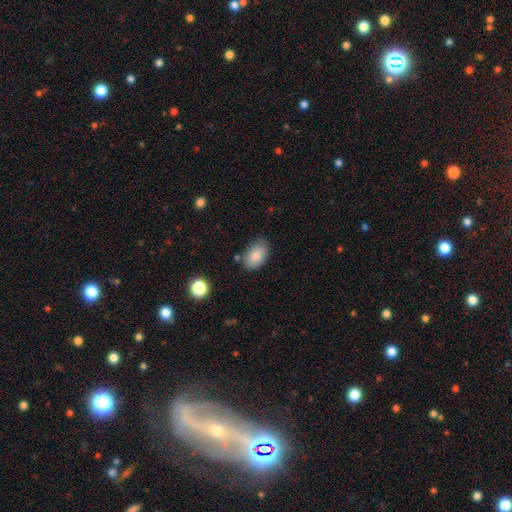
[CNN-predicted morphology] smooth-or-featured: smooth: 87% | star or artifact: 8% | featured or disk: 6%
  how-rounded: in between: 92% | round: 7% | cigar-shaped: 1%
  merging: none: 76% | minor disturbance: 17% | major disturbance: 4% | merger: 3%